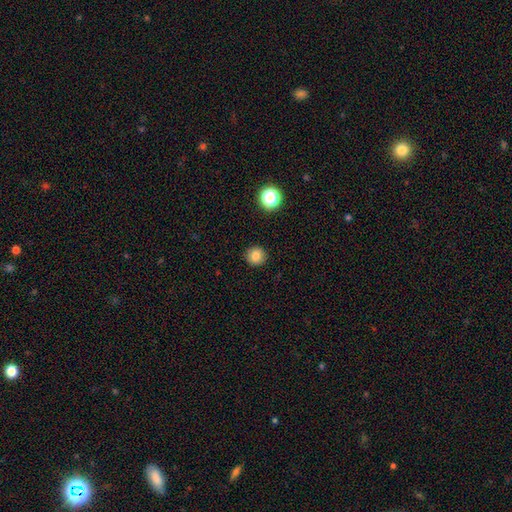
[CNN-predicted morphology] smooth-or-featured: smooth: 83% | star or artifact: 12% | featured or disk: 5%
  how-rounded: round: 93% | in between: 6% | cigar-shaped: 1%
  merging: none: 91% | minor disturbance: 5% | major disturbance: 2% | merger: 1%